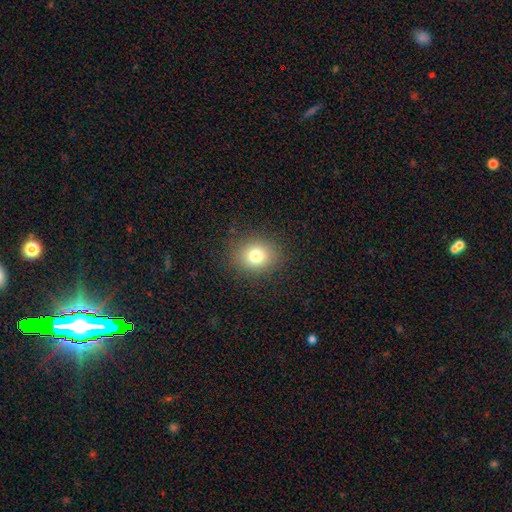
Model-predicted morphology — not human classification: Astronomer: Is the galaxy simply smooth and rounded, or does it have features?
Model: smooth — 78%.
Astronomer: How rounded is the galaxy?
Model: round — 68%.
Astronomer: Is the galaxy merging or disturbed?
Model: none — 87%.